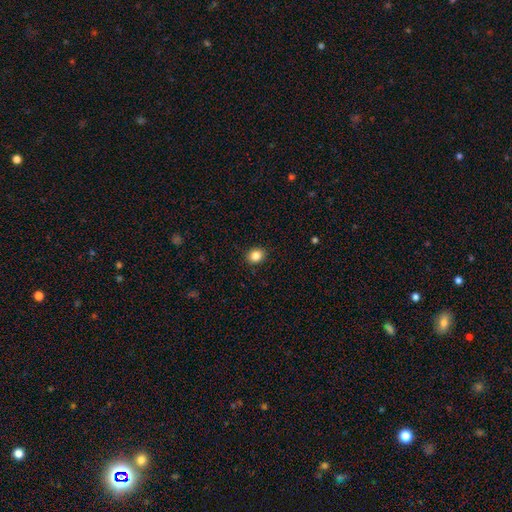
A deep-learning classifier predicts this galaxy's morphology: Smooth or featured: smooth — 85% (star or artifact — 10%)
How rounded: round — 66% (in between — 33%)
Merging: none — 90% (minor disturbance — 7%)